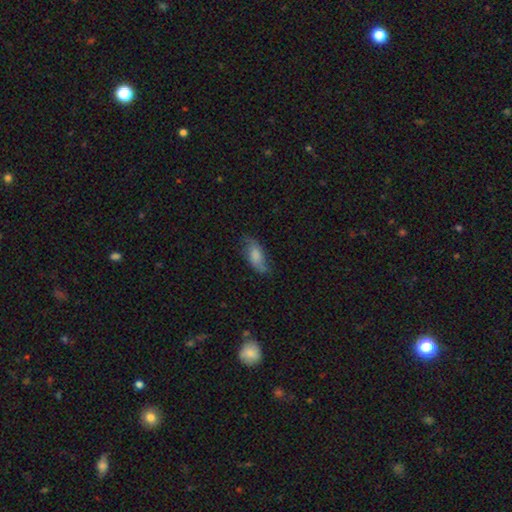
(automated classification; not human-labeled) A smooth galaxy with no disk features (61%) that is in between round and cigar-shaped (85%). Merging: none (63%).